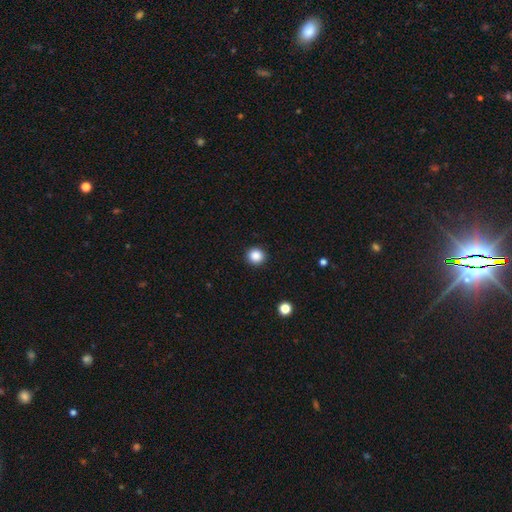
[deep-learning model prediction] smooth-or-featured: smooth: 87% | star or artifact: 10% | featured or disk: 3%
  how-rounded: round: 93% | in between: 6% | cigar-shaped: 1%
  merging: none: 93% | minor disturbance: 5% | major disturbance: 2% | merger: 1%